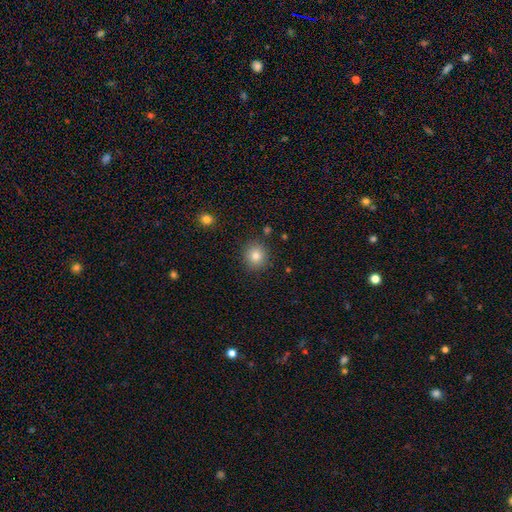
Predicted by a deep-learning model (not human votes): Smooth or featured?
  - smooth: 82% *
  - star or artifact: 11%
  - featured or disk: 7%
How rounded?
  - round: 87% *
  - in between: 12%
  - cigar-shaped: 1%
Merging?
  - none: 88% *
  - minor disturbance: 8%
  - major disturbance: 2%
  - merger: 2%